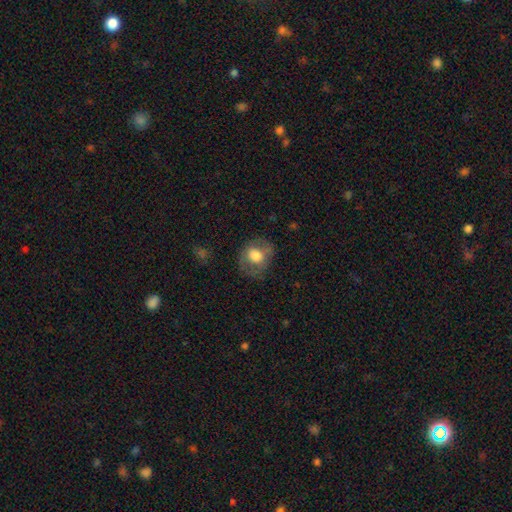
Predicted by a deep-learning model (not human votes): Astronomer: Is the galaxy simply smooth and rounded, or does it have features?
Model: smooth — 64%.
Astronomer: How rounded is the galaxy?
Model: round — 60% (runner-up: in between, 39%).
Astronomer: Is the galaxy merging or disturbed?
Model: none — 70%.